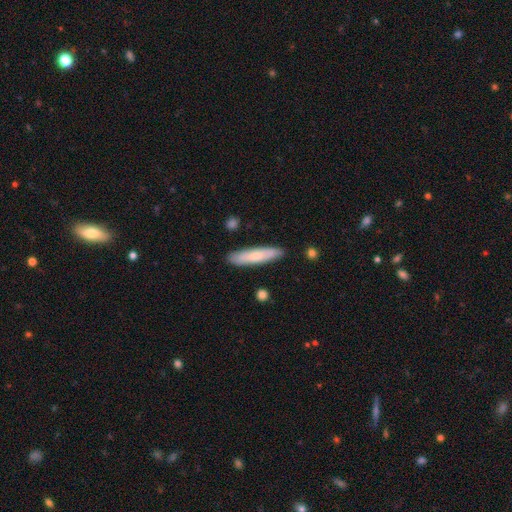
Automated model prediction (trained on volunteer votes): Smooth or featured?
  - smooth: 74% *
  - featured or disk: 21%
  - star or artifact: 5%
How rounded?
  - cigar-shaped: 84% *
  - in between: 15%
  - round: 1%
Merging?
  - none: 88% *
  - minor disturbance: 9%
  - major disturbance: 2%
  - merger: 2%